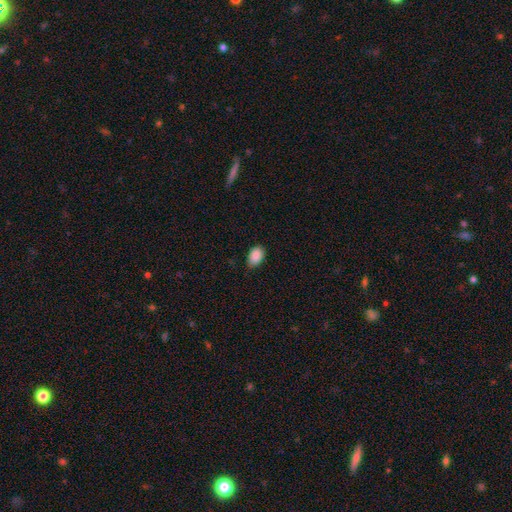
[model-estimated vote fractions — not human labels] Smooth or featured? smooth (89%)
How rounded? in between (88%)
Merging? none (77%)